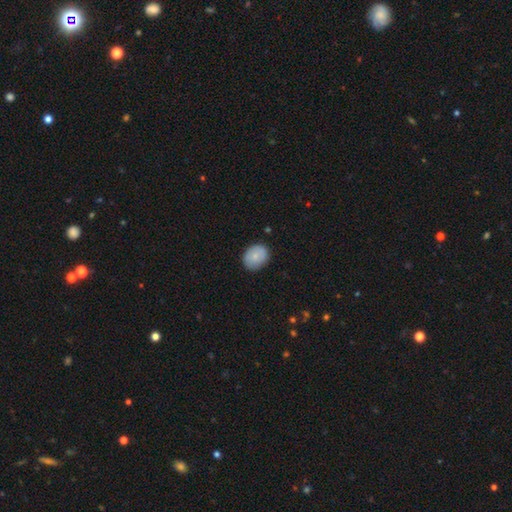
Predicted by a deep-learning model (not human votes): smooth-or-featured: smooth: 77% | featured or disk: 17% | star or artifact: 7%
  how-rounded: round: 55% | in between: 44% | cigar-shaped: 1%
  merging: none: 85% | minor disturbance: 12% | major disturbance: 2% | merger: 1%